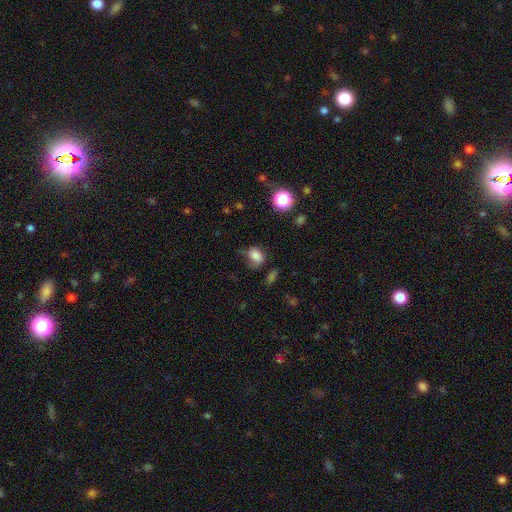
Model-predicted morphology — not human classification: The model was most divided on "how rounded": in between: 61%, round: 37%, cigar-shaped: 1%. More confident: smooth or featured — smooth (79%); merging — none (54%).